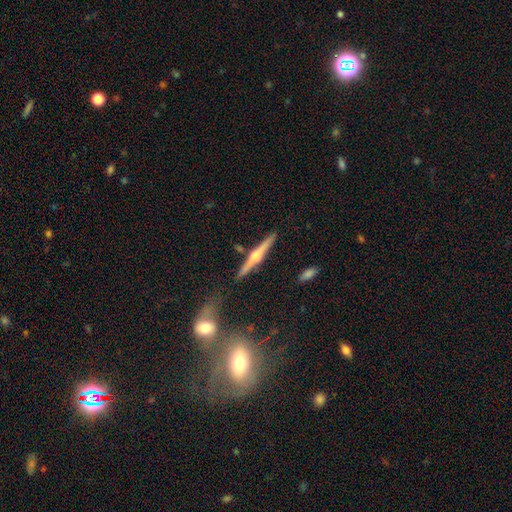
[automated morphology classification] featured or disk 77%, smooth 18%, star or artifact 6%. Down the decision tree: edge-on disk — yes (98%); edge-on bulge — rounded (92%); merging — none (86%).